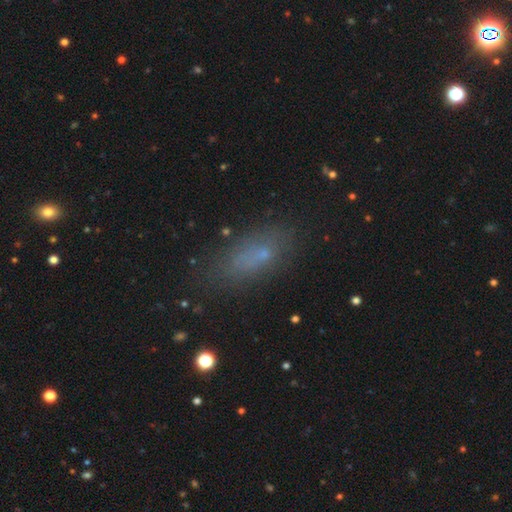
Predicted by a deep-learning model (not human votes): A smooth galaxy with no disk features (65%) that is in between round and cigar-shaped (75%). Merging: none (71%).